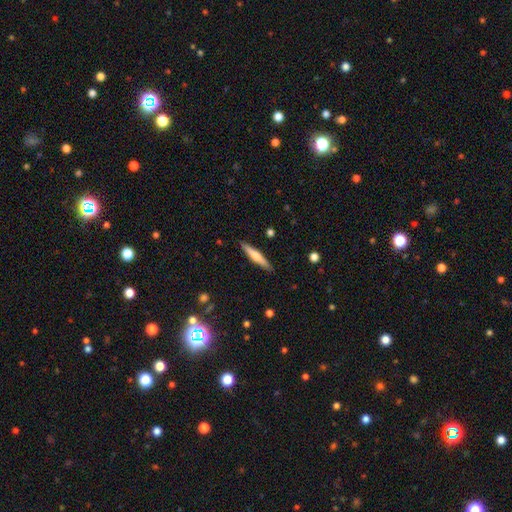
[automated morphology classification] smooth_or_featured: smooth (p=0.52) [alt: featured or disk p=0.42]
how_rounded: cigar-shaped (p=0.91) [alt: in between p=0.08]
merging: none (p=0.90) [alt: minor disturbance p=0.07]